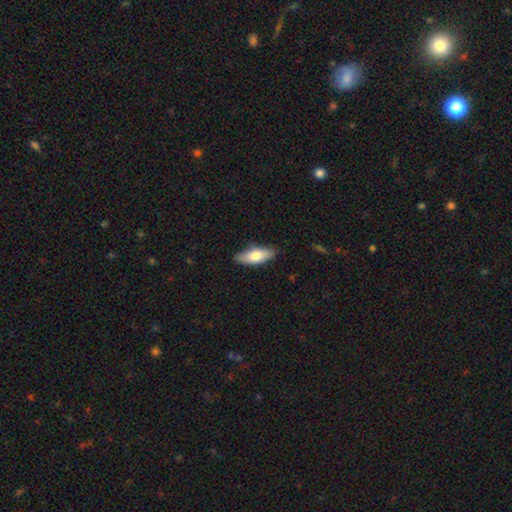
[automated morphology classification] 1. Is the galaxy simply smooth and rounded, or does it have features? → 73% smooth, 22% featured or disk, 6% star or artifact.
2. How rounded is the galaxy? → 70% in between, 28% cigar-shaped, 2% round.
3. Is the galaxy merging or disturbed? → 84% none, 13% minor disturbance, 2% major disturbance, 1% merger.